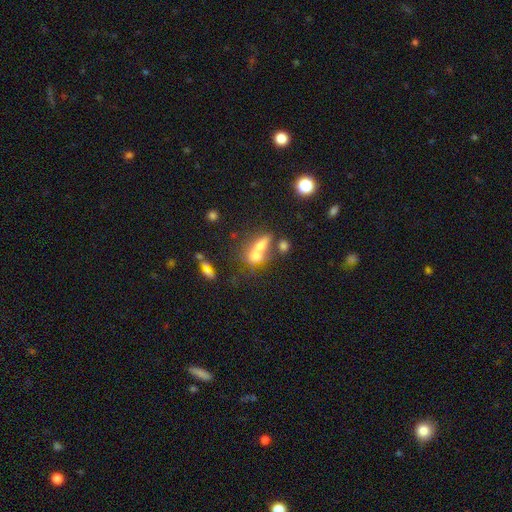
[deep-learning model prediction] Q: Smooth or featured?
A: smooth (59%); runner-up: featured or disk (27%)
Q: How rounded?
A: in between (55%); runner-up: round (27%)
Q: Merging?
A: merger (57%); runner-up: none (26%)